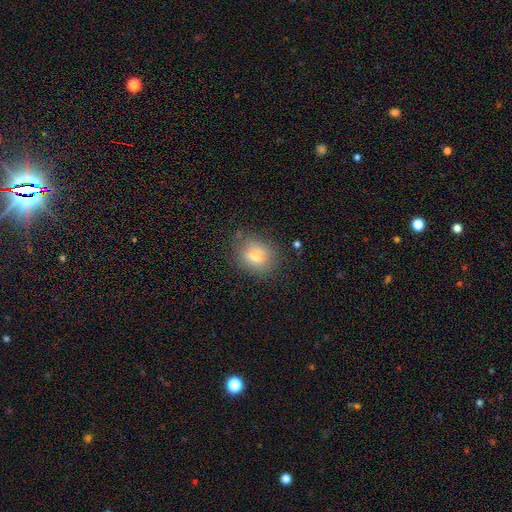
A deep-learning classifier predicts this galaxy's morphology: A smooth galaxy with no disk features (74%) that is round (65%). Merging: none (78%).